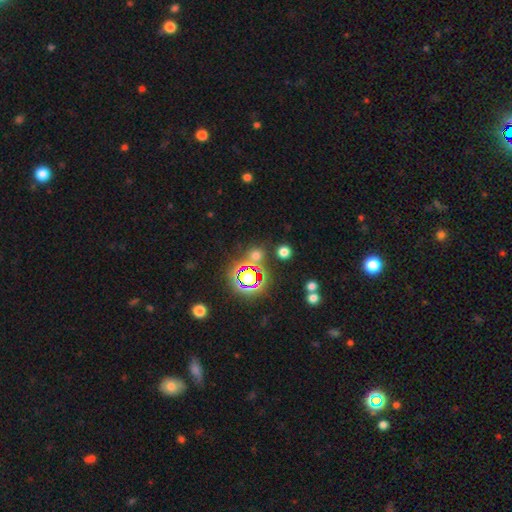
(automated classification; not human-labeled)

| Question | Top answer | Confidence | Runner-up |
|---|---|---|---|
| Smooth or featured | smooth | 50% | star or artifact (42%) |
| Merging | none | 76% | merger (11%) |